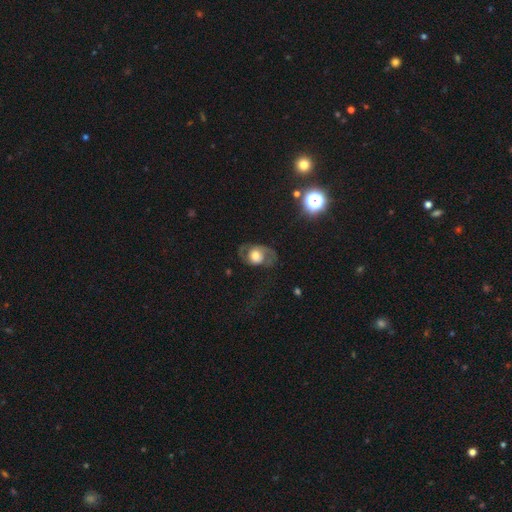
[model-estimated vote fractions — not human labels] Smooth or featured?
  - featured or disk: 60% *
  - smooth: 32%
  - star or artifact: 8%
Edge-on disk?
  - no: 95% *
  - yes: 5%
Bar?
  - no: 75% *
  - weak: 20%
  - strong: 5%
Spiral arms?
  - yes: 76% *
  - no: 24%
Bulge size?
  - moderate: 43% *
  - large: 41%
  - small: 8%
  - dominant: 7%
  - none: 2%
Merging?
  - none: 49% *
  - major disturbance: 29%
  - minor disturbance: 20%
  - merger: 2%